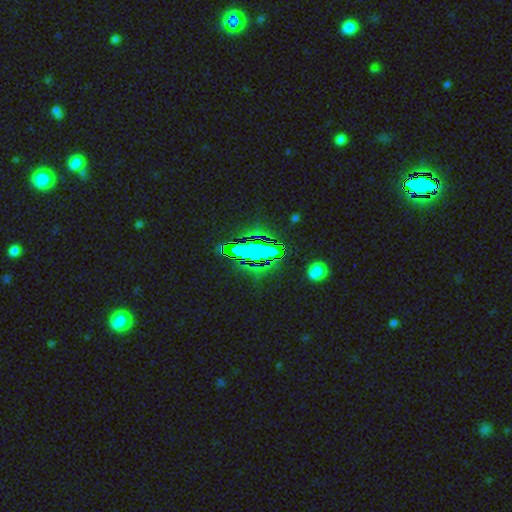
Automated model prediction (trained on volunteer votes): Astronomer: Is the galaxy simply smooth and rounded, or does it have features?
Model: star or artifact — 74%.